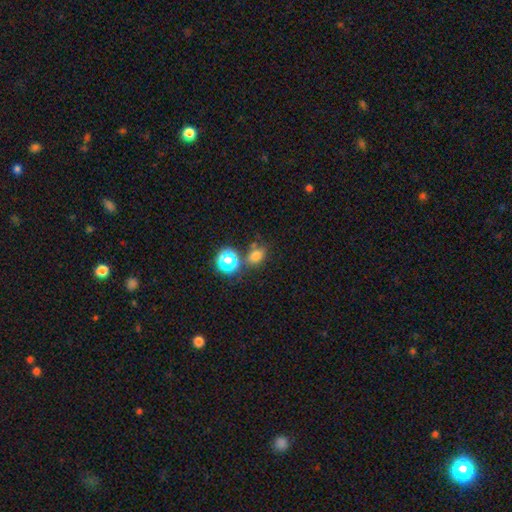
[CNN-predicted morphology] A smooth galaxy with no disk features (70%) that is in between round and cigar-shaped (54%).

Vote fractions:
- Smooth or featured? smooth: 70% / star or artifact: 22% / featured or disk: 7%
- How rounded? in between: 54% / round: 44% / cigar-shaped: 2%
- Merging? none: 66% / merger: 15% / minor disturbance: 14% / major disturbance: 5%